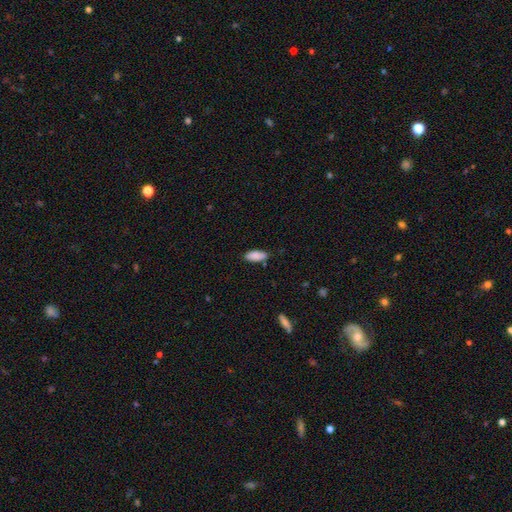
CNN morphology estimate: A smooth galaxy with no disk features (88%) that is in between round and cigar-shaped (86%).

Vote fractions:
- Smooth or featured? smooth: 88% / star or artifact: 7% / featured or disk: 5%
- How rounded? in between: 86% / cigar-shaped: 12% / round: 2%
- Merging? none: 77% / minor disturbance: 18% / major disturbance: 3% / merger: 3%